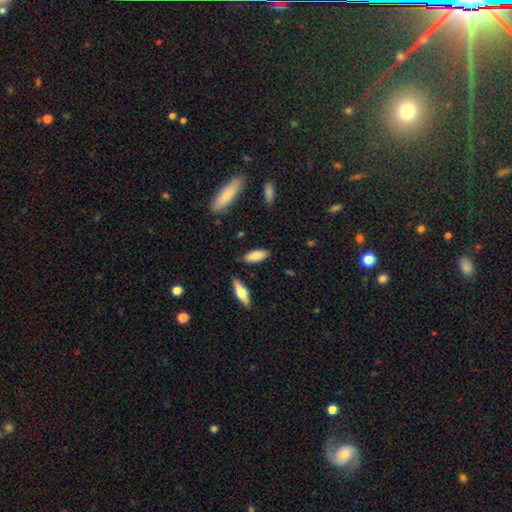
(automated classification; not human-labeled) This is likely a smooth galaxy (80%). How rounded: likely in between (71%). Merging: clearly none (84%).